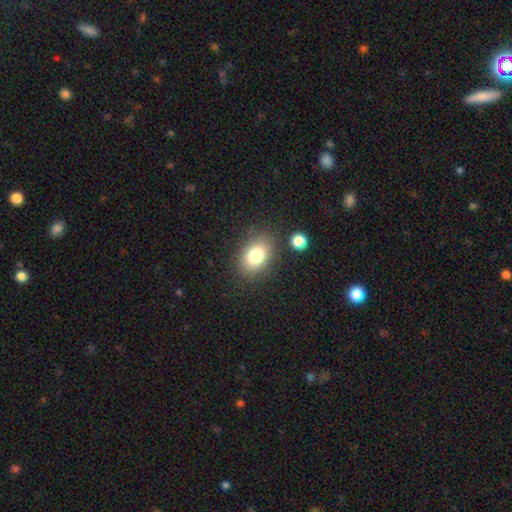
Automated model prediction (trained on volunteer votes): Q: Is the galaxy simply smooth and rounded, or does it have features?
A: smooth — 78%.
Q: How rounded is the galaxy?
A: in between — 73%.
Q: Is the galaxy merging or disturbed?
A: none — 81%.